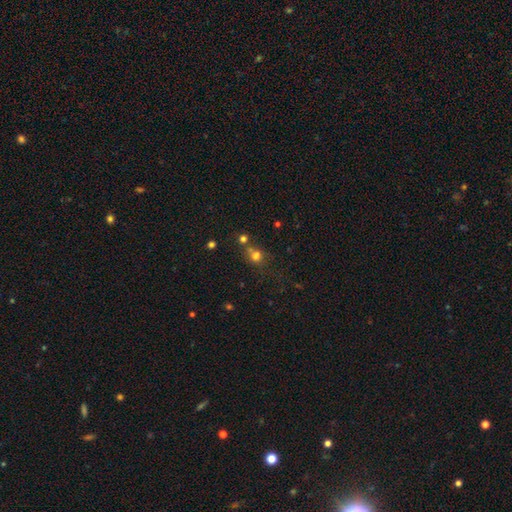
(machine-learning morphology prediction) smooth_or_featured: smooth (p=0.71) [alt: star or artifact p=0.19]
how_rounded: round (p=0.78) [alt: in between p=0.21]
merging: none (p=0.50) [alt: merger p=0.33]